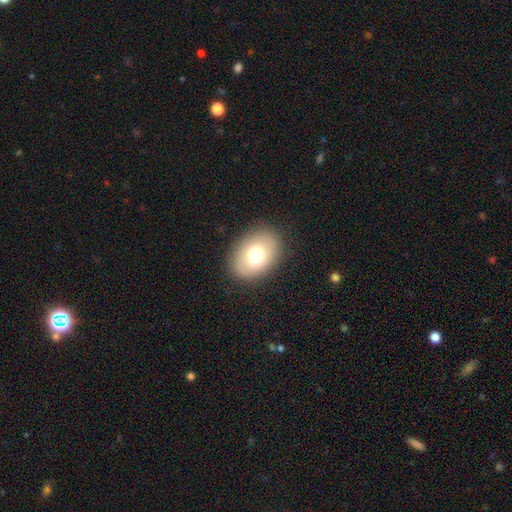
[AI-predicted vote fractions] smooth_or_featured: smooth (p=0.73) [alt: featured or disk p=0.17]
how_rounded: in between (p=0.77) [alt: round p=0.22]
merging: none (p=0.87) [alt: minor disturbance p=0.09]